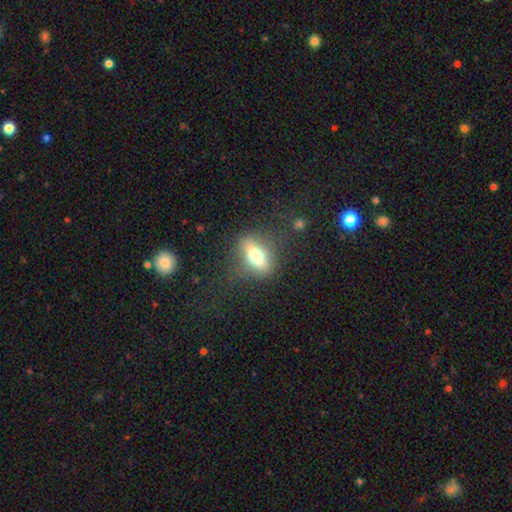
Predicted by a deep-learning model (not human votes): Morphology: type=smooth (59%); roundness=in between (68%); merging=none (75%).